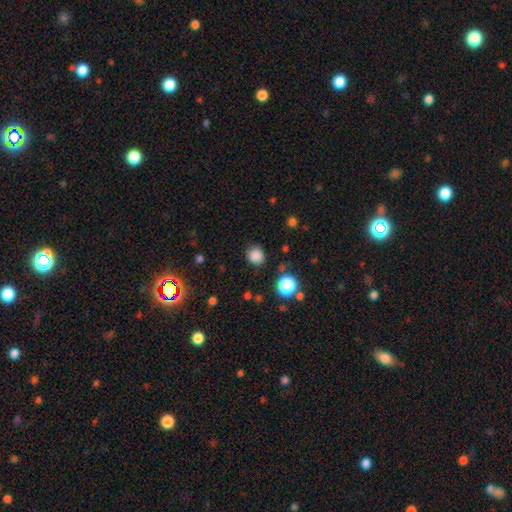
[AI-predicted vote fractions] Smooth or featured? smooth (83%)
How rounded? round (84%)
Merging? none (85%)